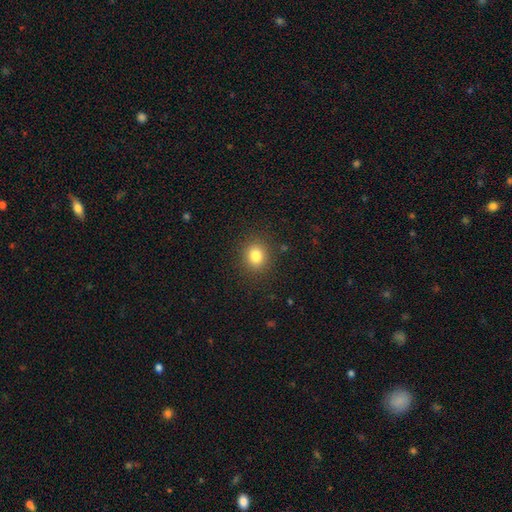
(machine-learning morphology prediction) A smooth galaxy with no disk features (81%) that is round (75%). Merging: none (88%).